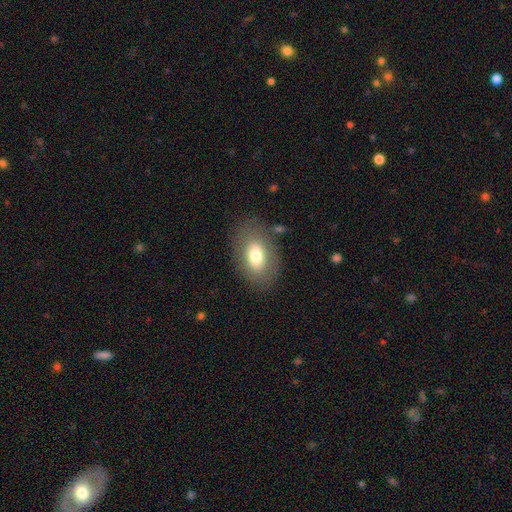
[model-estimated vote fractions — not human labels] Smooth or featured?
  - smooth: 73% *
  - featured or disk: 19%
  - star or artifact: 8%
How rounded?
  - in between: 88% *
  - round: 10%
  - cigar-shaped: 2%
Merging?
  - none: 79% *
  - minor disturbance: 13%
  - major disturbance: 6%
  - merger: 2%